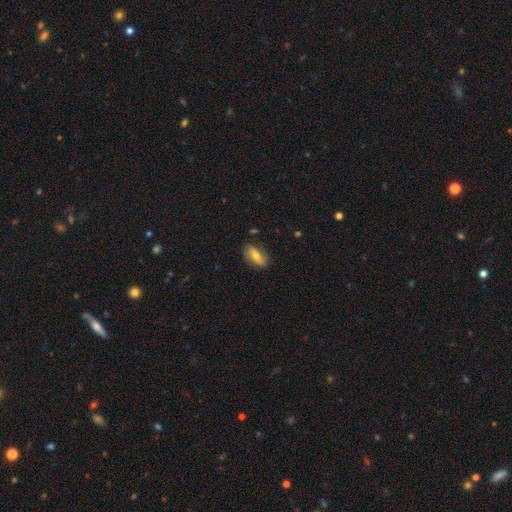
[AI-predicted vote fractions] This appears to be a smooth galaxy with no disk features (46%, tied with featured or disk). Merging: none (79%).